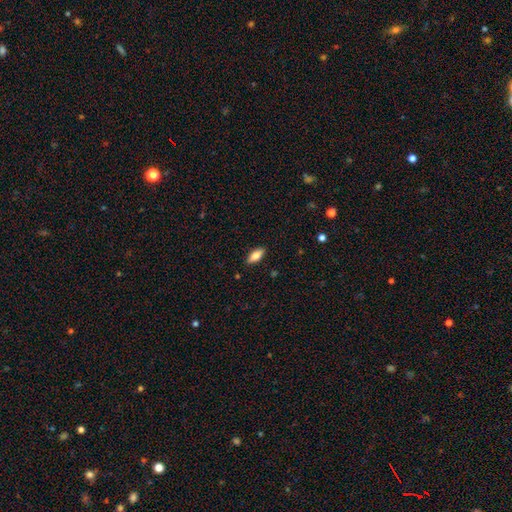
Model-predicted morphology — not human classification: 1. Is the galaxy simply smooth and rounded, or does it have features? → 79% smooth, 14% featured or disk, 7% star or artifact.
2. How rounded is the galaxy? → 82% in between, 16% cigar-shaped, 2% round.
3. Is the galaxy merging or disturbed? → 88% none, 9% minor disturbance, 2% major disturbance, 1% merger.